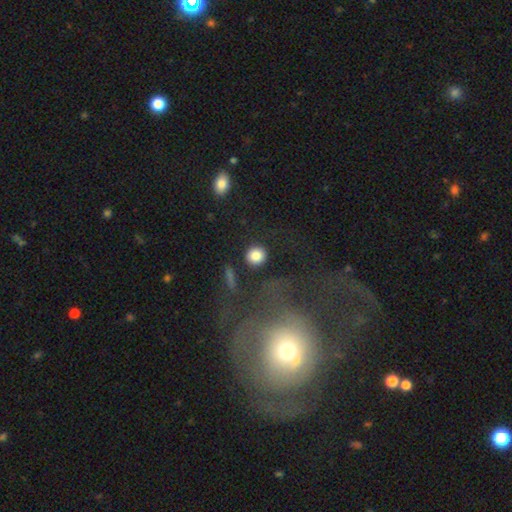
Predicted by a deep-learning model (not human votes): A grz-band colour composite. It shows a smooth galaxy with no disk features (84%) that is round (89%). Merging: none (85%).